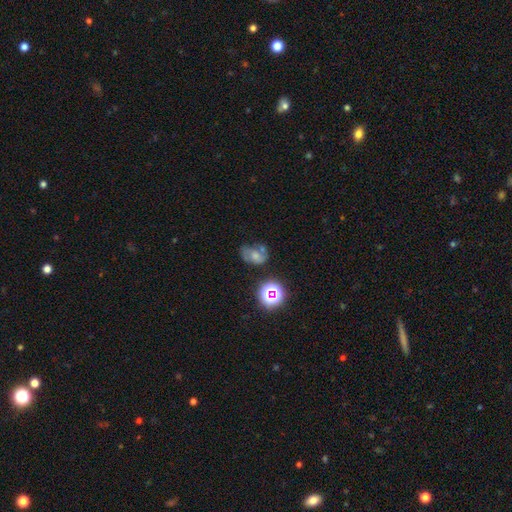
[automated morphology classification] smooth_or_featured: smooth (p=0.45) [alt: featured or disk p=0.36]
merging: none (p=0.38) [alt: minor disturbance p=0.27]